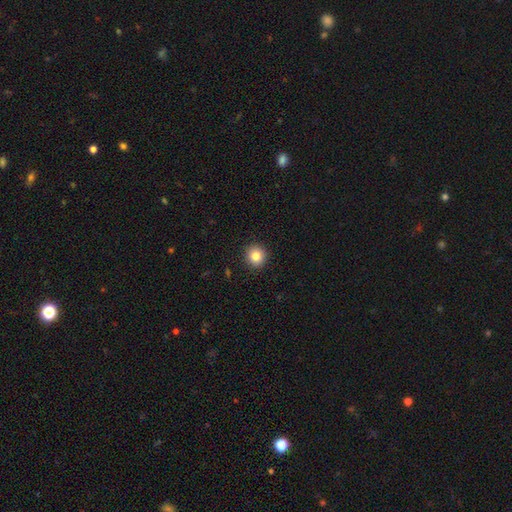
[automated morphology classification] This is clearly a smooth galaxy (83%). How rounded: clearly round (90%). Merging: clearly none (91%).